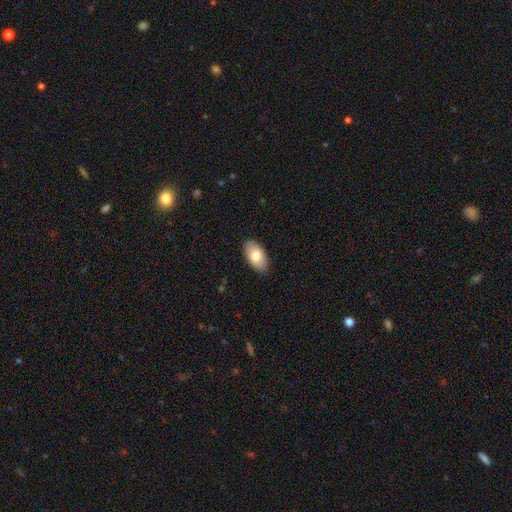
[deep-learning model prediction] Smooth or featured: smooth — 80% (featured or disk — 14%)
How rounded: in between — 95% (round — 3%)
Merging: none — 87% (minor disturbance — 10%)